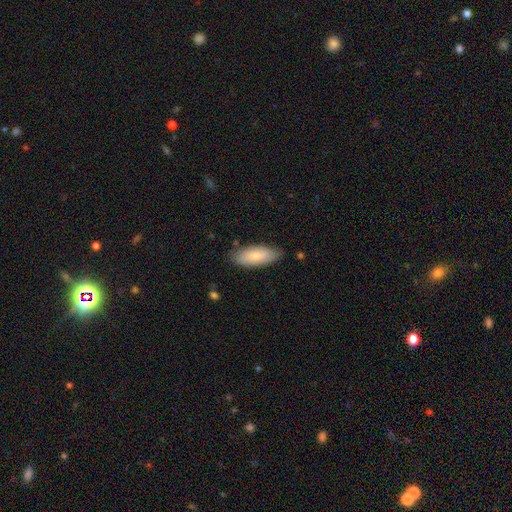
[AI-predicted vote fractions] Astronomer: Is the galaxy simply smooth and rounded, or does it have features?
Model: smooth — 76%.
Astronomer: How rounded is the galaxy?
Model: in between — 82%.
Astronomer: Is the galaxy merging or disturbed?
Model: none — 81%.